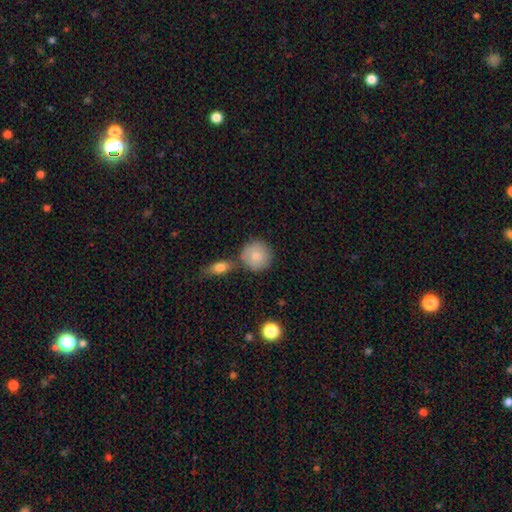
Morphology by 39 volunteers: This appears to be a smooth galaxy with no disk features (92%) that is round (83%). Merging: none (79%).